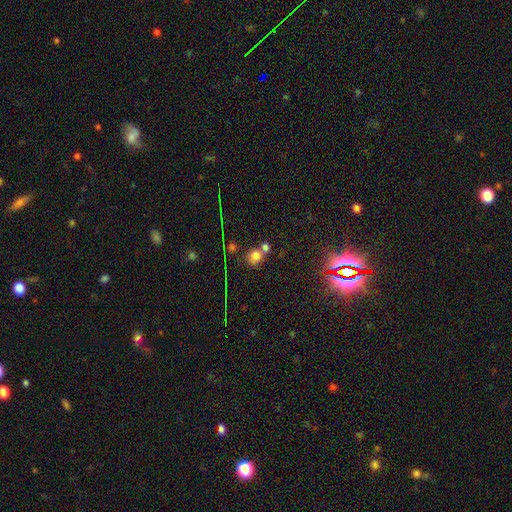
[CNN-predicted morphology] This is likely a smooth galaxy (68%). How rounded: likely round (79%). Merging: possibly none (46%).